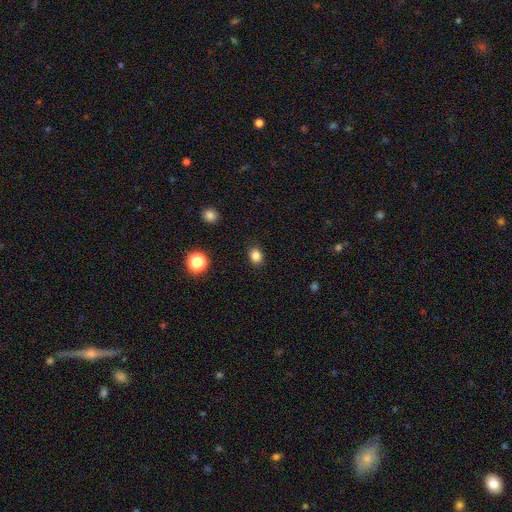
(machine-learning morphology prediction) type=smooth (84%); roundness=round (51%); merging=none (88%).